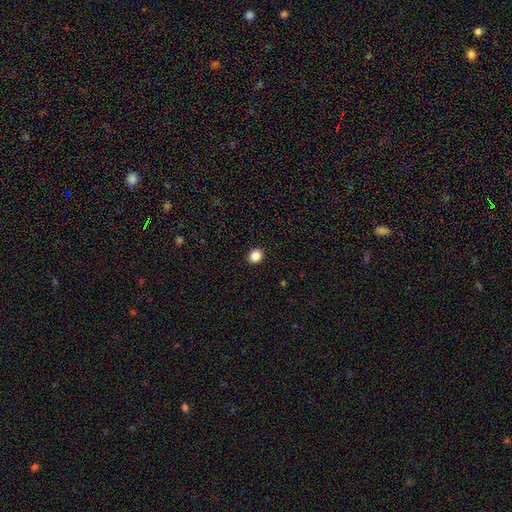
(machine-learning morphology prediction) smooth_or_featured: smooth (p=0.86) [alt: star or artifact p=0.11]
how_rounded: round (p=0.72) [alt: in between p=0.27]
merging: none (p=0.92) [alt: minor disturbance p=0.05]